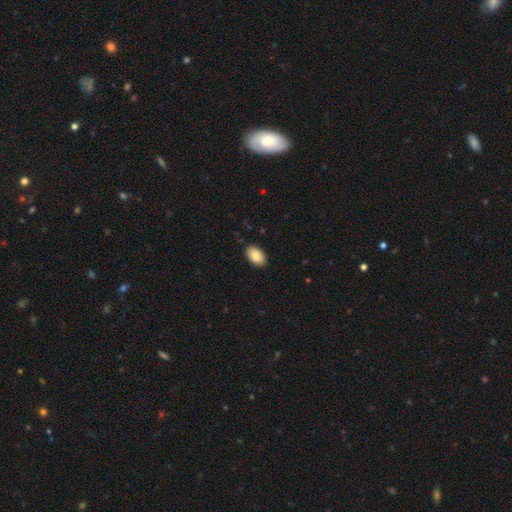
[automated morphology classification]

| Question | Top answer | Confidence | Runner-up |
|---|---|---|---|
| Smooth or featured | smooth | 88% | star or artifact (7%) |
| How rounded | in between | 93% | round (6%) |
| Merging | none | 89% | minor disturbance (8%) |